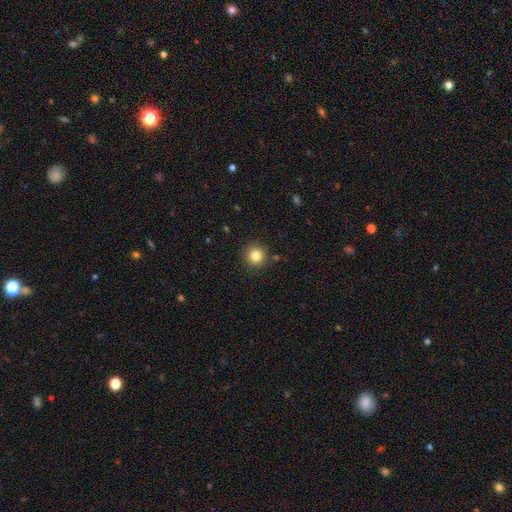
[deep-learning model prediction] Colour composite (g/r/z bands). It shows a smooth galaxy with no disk features (82%) that is round (95%). Merging: none (89%).